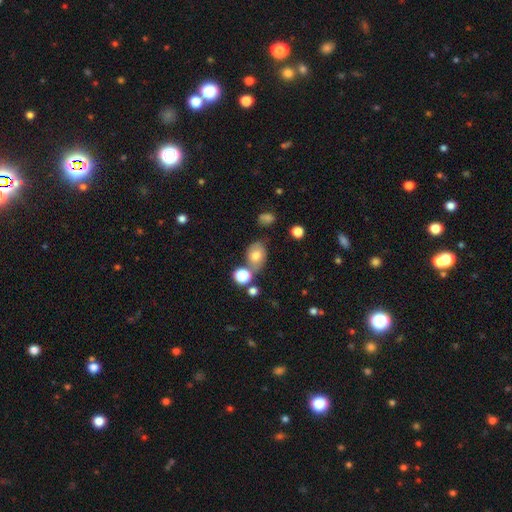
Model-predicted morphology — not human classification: Smooth or featured? smooth (68%)
How rounded? in between (66%)
Merging? none (58%)